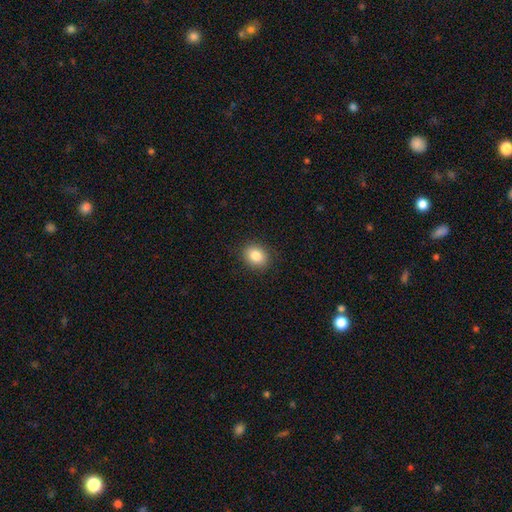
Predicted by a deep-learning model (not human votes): Overall: smooth (84%). How rounded: round (54%; in between 45%). Merging: none (89%).